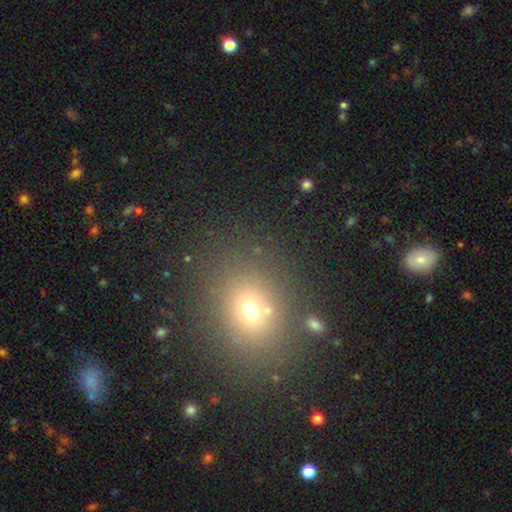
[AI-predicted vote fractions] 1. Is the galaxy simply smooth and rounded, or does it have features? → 60% smooth, 29% star or artifact, 10% featured or disk.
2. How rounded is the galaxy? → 59% round, 40% in between, 1% cigar-shaped.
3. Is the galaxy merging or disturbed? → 85% none, 8% minor disturbance, 3% major disturbance, 3% merger.